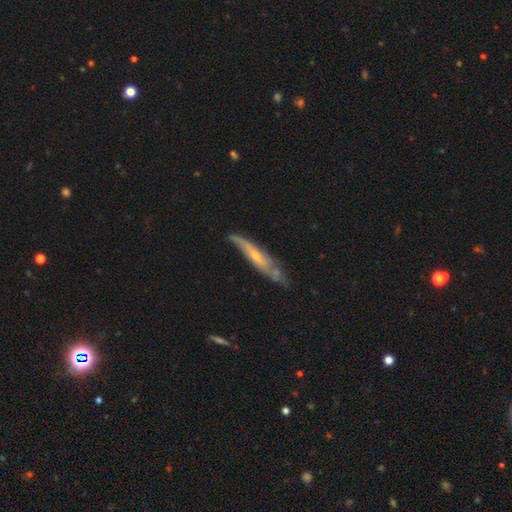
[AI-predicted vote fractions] Smooth or featured: featured or disk — 63% (smooth — 31%)
Edge-on disk: yes — 63% (no — 37%)
Merging: none — 61% (minor disturbance — 27%)